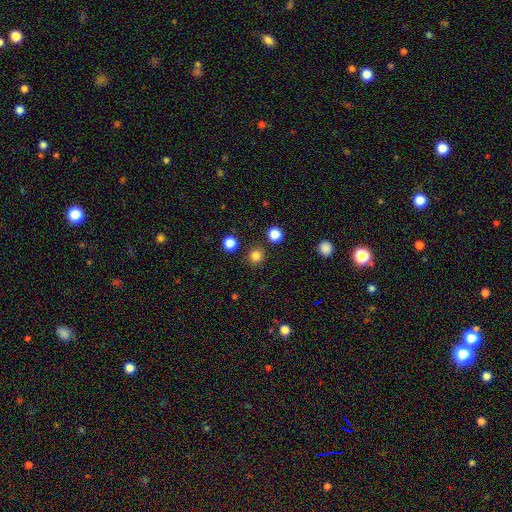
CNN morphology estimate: Overall: smooth (82%). How rounded: round (93%). Merging: none (88%).